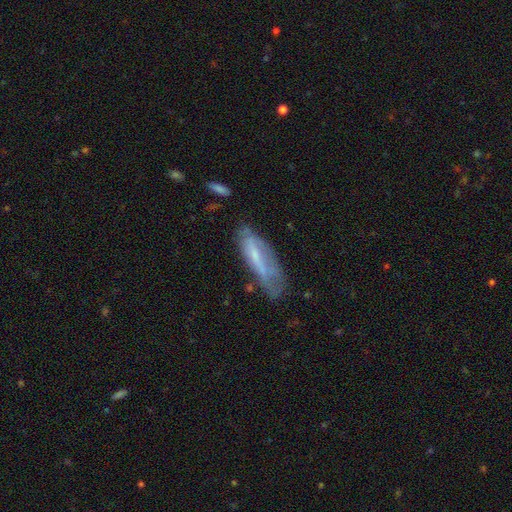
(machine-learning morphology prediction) A featured or disk galaxy (47%). Merging: none (51%).